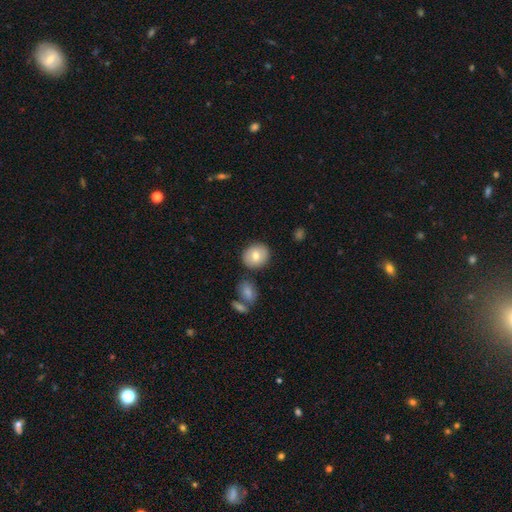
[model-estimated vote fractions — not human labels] smooth_or_featured: smooth (p=0.75) [alt: featured or disk p=0.17]
how_rounded: round (p=0.72) [alt: in between p=0.27]
merging: none (p=0.82) [alt: minor disturbance p=0.10]